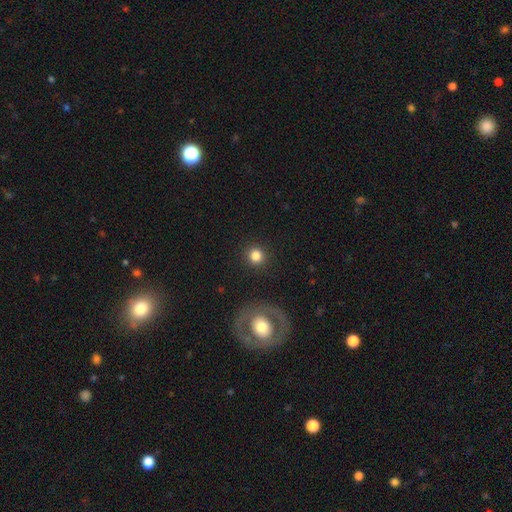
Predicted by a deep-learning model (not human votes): Overall: smooth (82%). How rounded: round (92%). Merging: none (91%).